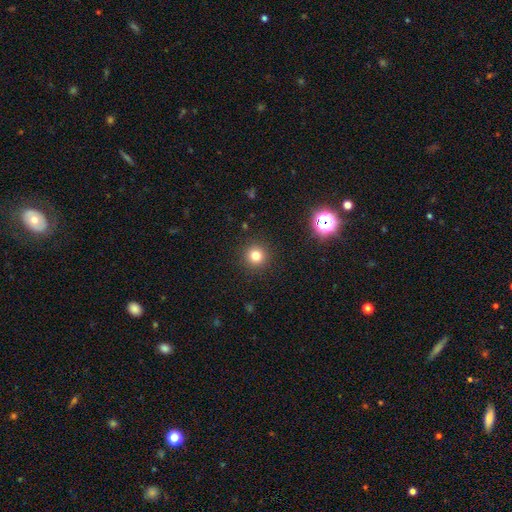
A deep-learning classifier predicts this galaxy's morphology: This is likely a smooth galaxy (79%). How rounded: clearly round (95%). Merging: clearly none (92%).